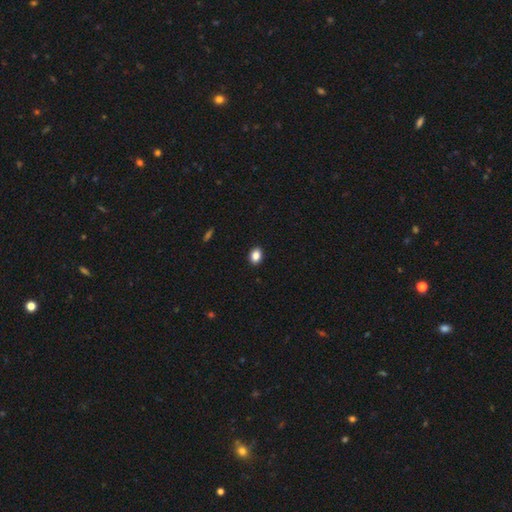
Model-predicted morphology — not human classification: smooth_or_featured: smooth (p=0.86) [alt: star or artifact p=0.09]
how_rounded: in between (p=0.74) [alt: round p=0.25]
merging: none (p=0.91) [alt: minor disturbance p=0.07]